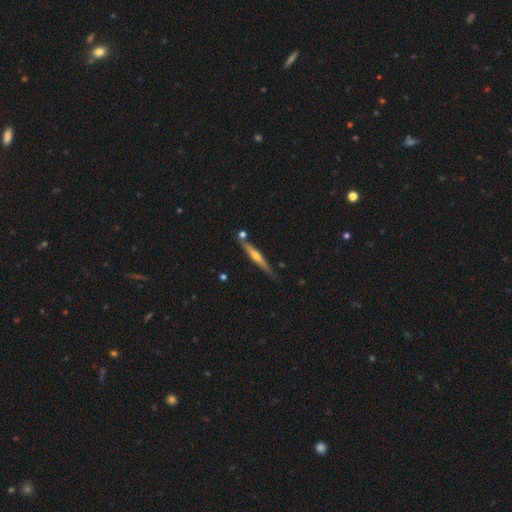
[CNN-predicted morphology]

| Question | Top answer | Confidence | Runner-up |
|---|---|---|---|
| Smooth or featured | featured or disk | 65% | smooth (29%) |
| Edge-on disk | yes | 96% | no (4%) |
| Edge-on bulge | rounded | 82% | none (13%) |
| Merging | none | 78% | minor disturbance (13%) |